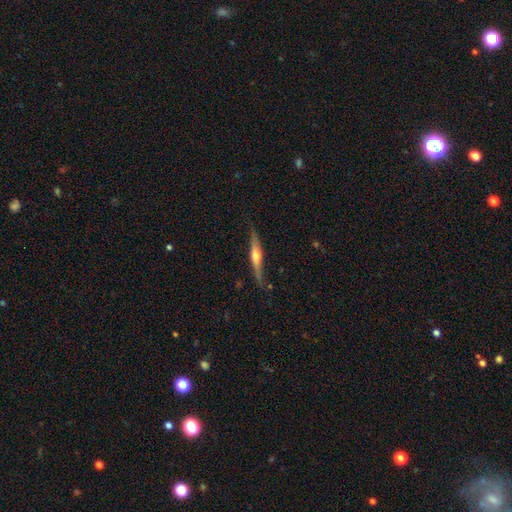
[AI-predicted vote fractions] featured or disk 65%, smooth 30%, star or artifact 5%. Down the decision tree: edge-on disk — yes (93%); edge-on bulge — rounded (88%); merging — none (76%).